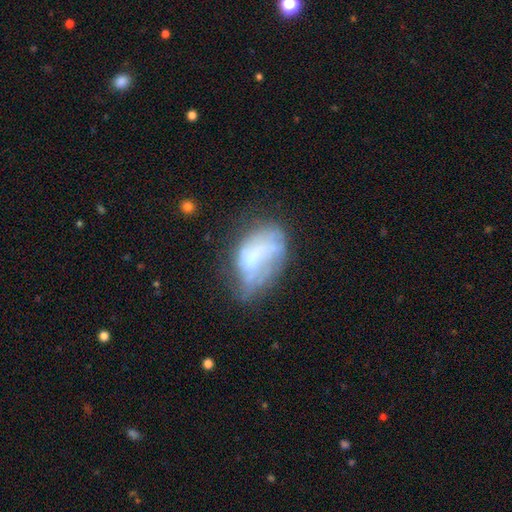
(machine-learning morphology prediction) A featured or disk galaxy (51%). Merging: none (34%).